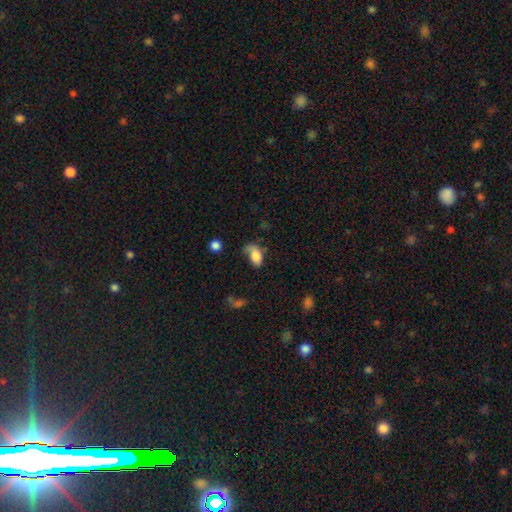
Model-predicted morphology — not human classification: This is likely a smooth galaxy (78%). How rounded: clearly in between (90%). Merging: marginally none (34%).